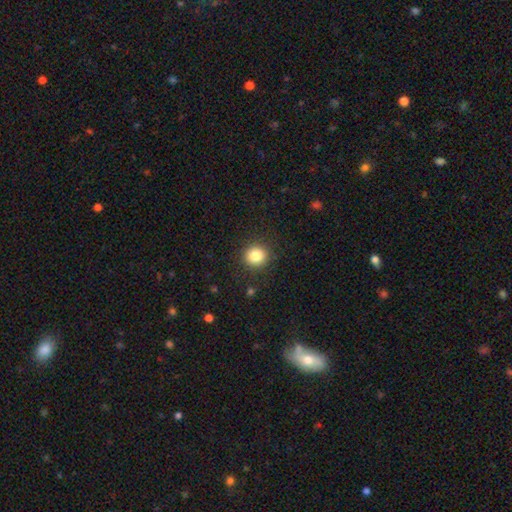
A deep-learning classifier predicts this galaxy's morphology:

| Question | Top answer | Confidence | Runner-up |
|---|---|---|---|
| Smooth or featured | smooth | 83% | star or artifact (11%) |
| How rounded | round | 92% | in between (8%) |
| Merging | none | 90% | minor disturbance (7%) |